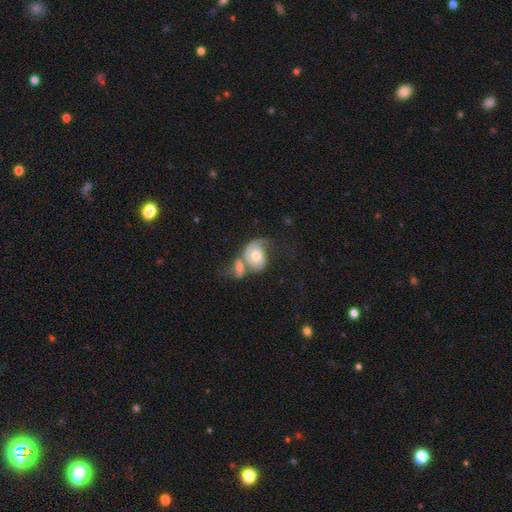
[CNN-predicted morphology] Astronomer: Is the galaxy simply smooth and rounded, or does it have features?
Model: featured or disk — 56% (runner-up: smooth, 38%).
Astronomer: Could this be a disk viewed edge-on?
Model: no — 96%.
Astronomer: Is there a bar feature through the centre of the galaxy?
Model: no — 74%.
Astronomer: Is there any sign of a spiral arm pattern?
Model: yes — 70%.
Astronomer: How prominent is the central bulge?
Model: moderate — 71%.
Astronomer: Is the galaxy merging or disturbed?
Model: merger — 51%.